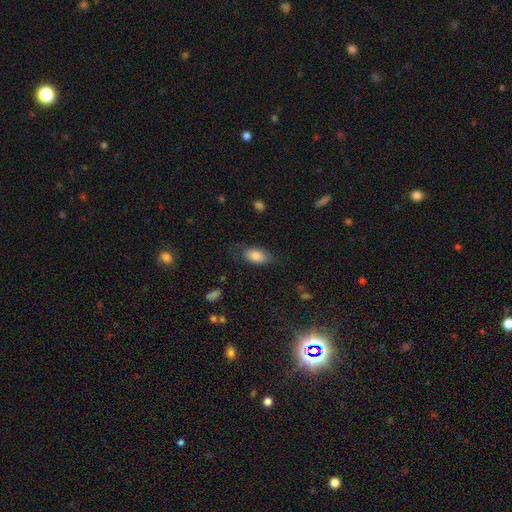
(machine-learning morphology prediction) Smooth or featured?
  - smooth: 81% *
  - featured or disk: 12%
  - star or artifact: 7%
How rounded?
  - in between: 92% *
  - round: 4%
  - cigar-shaped: 4%
Merging?
  - none: 69% *
  - minor disturbance: 21%
  - major disturbance: 8%
  - merger: 1%